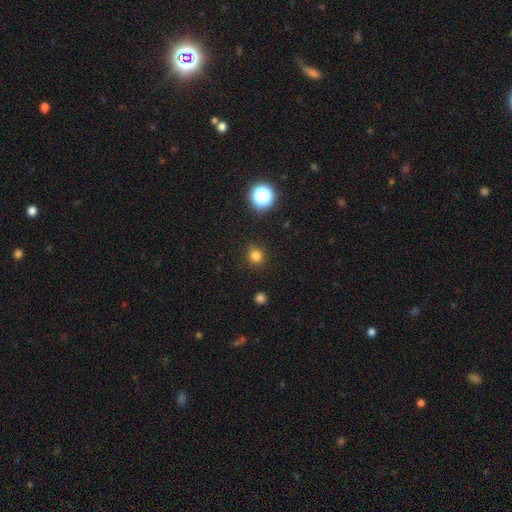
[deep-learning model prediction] Smooth or featured? smooth (80%)
How rounded? round (85%)
Merging? none (89%)